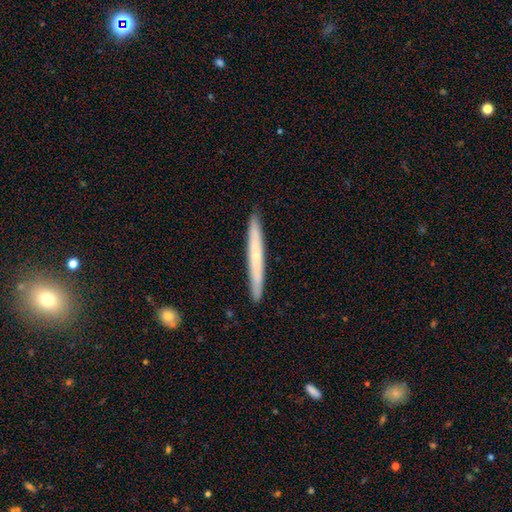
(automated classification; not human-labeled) This appears to be a smooth galaxy with no disk features (50%) that is cigar-shaped (97%). Merging: none (91%).